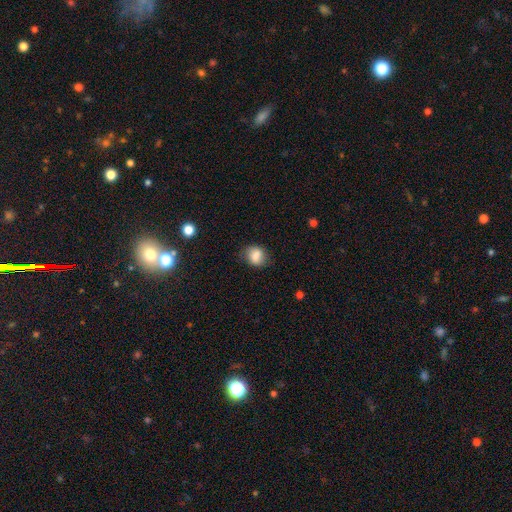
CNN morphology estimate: A smooth galaxy with no disk features (80%) that is round (55%). Merging: none (72%).